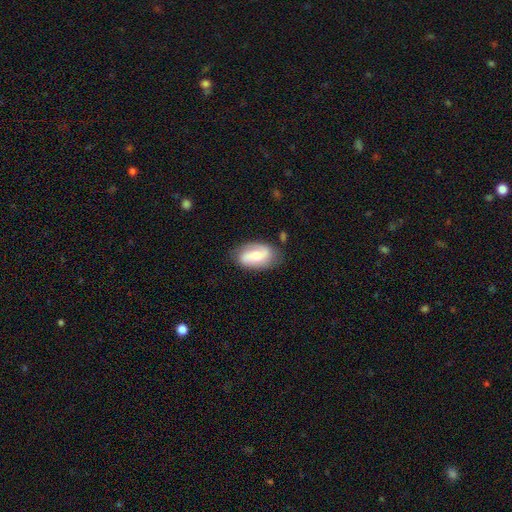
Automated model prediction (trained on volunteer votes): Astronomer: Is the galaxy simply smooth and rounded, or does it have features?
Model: featured or disk — 53% (runner-up: smooth, 41%).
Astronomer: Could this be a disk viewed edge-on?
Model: no — 95%.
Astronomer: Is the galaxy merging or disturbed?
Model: none — 73%.